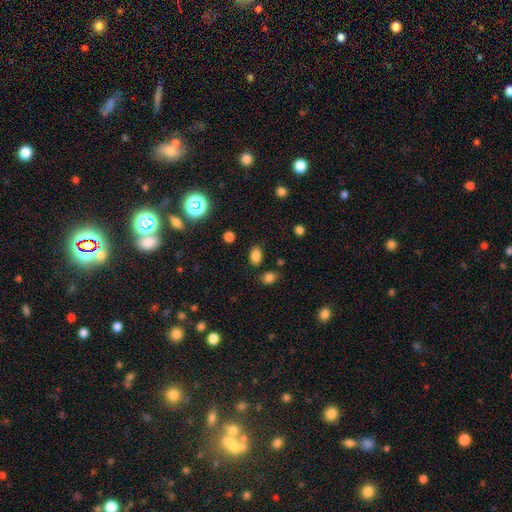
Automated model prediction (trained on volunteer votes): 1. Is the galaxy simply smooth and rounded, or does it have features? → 82% smooth, 13% star or artifact, 5% featured or disk.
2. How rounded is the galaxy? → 84% in between, 14% round, 1% cigar-shaped.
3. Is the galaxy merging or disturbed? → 83% none, 10% minor disturbance, 4% merger, 3% major disturbance.